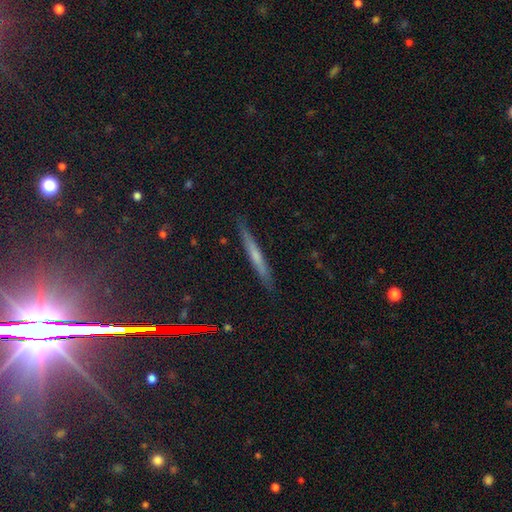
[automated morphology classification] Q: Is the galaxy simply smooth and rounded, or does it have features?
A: featured or disk — 45%.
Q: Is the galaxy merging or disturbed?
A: none — 88%.